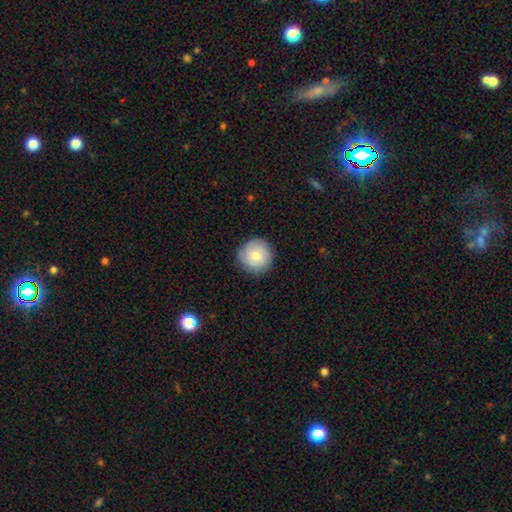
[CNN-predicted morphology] Smooth or featured?
  - smooth: 73% *
  - featured or disk: 20%
  - star or artifact: 7%
How rounded?
  - round: 94% *
  - in between: 5%
  - cigar-shaped: 1%
Merging?
  - none: 86% *
  - minor disturbance: 11%
  - major disturbance: 2%
  - merger: 1%